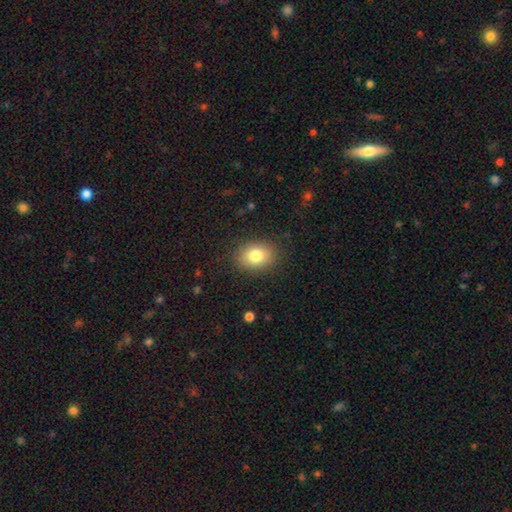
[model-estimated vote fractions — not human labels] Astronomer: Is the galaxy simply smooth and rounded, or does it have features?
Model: smooth — 81%.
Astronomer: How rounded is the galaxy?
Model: in between — 62%.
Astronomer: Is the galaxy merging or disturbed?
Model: none — 86%.